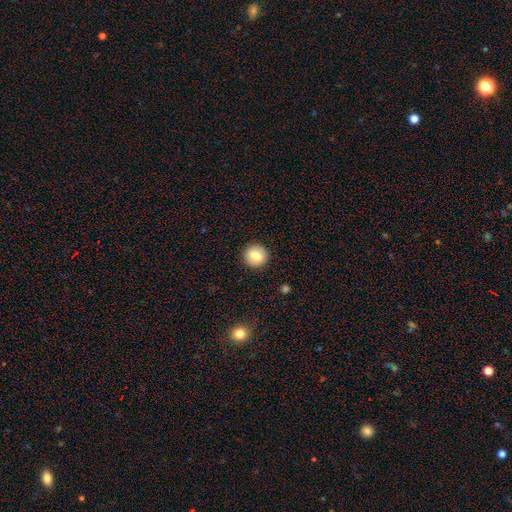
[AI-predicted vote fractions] This is clearly a smooth galaxy (81%). How rounded: clearly round (91%). Merging: clearly none (91%).